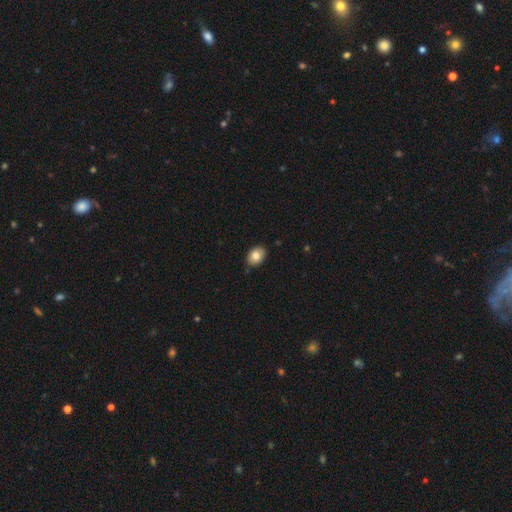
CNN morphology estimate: A smooth galaxy with no disk features (81%) that is in between round and cigar-shaped (74%). Merging: none (86%).